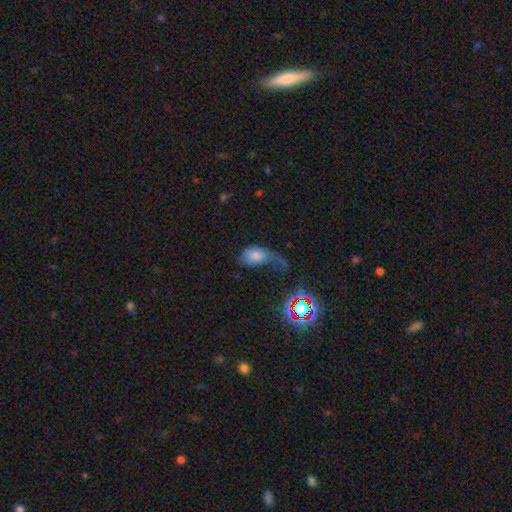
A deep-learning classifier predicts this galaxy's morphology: type=smooth (66%); roundness=in between (87%); merging=major disturbance (50%).